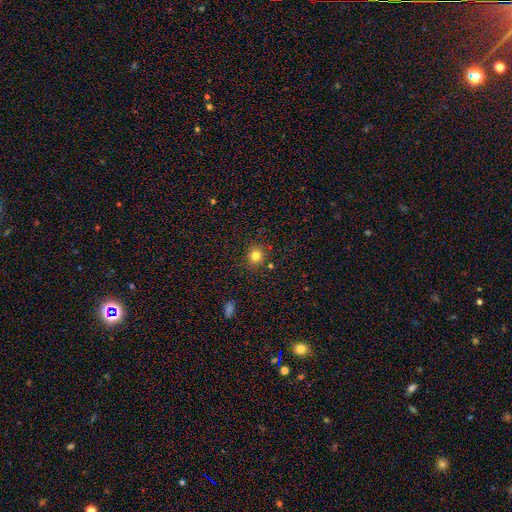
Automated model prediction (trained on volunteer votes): smooth 80%, star or artifact 14%, featured or disk 6%. Down the decision tree: how rounded — round (88%); merging — none (87%).